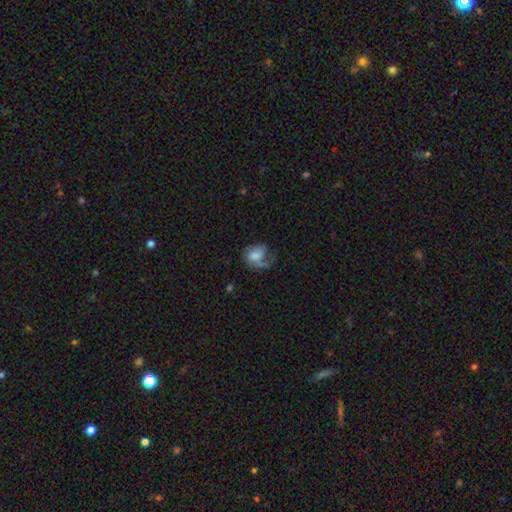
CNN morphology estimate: Smooth or featured? Predicted: featured or disk (p=0.47). Merging? Predicted: major disturbance (p=0.40).